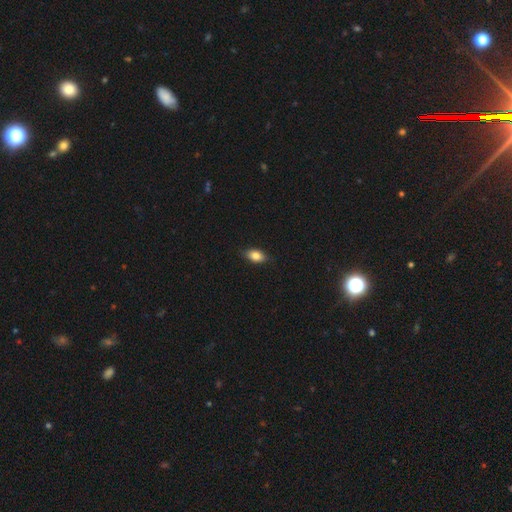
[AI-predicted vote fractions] Smooth or featured: smooth — 84% (star or artifact — 8%)
How rounded: in between — 87% (round — 10%)
Merging: none — 85% (minor disturbance — 12%)